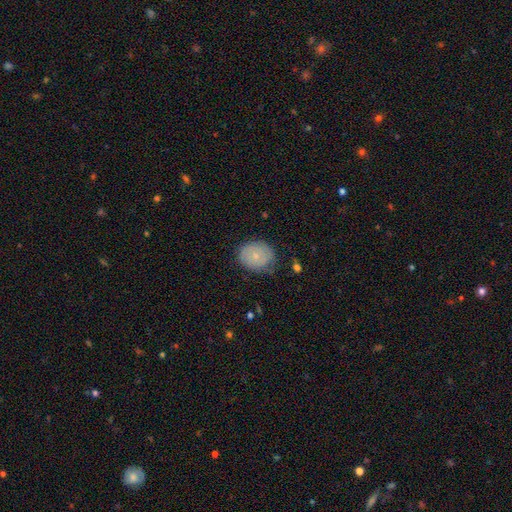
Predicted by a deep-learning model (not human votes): Morphology: type=smooth (69%); roundness=round (56%); merging=none (74%).